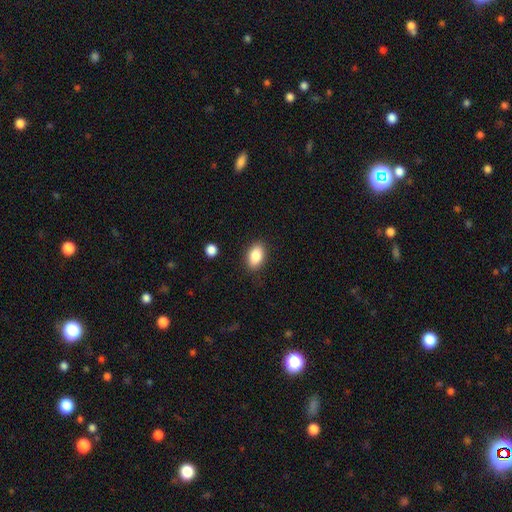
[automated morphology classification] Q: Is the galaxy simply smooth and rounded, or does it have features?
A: smooth — 86%.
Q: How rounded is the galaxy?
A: in between — 89%.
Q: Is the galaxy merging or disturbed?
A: none — 87%.